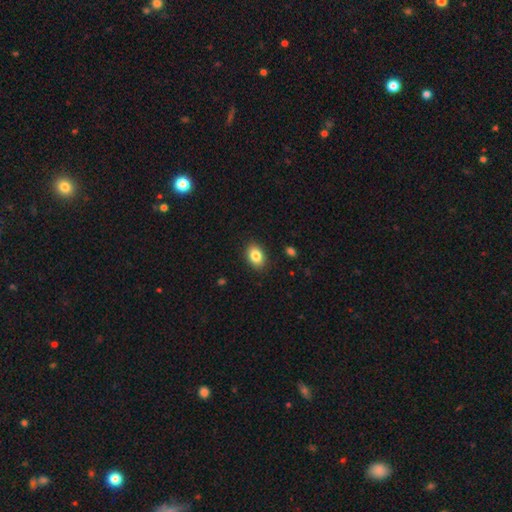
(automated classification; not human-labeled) Smooth or featured? Predicted: smooth (p=0.85). How rounded? Predicted: in between (p=0.80). Merging? Predicted: none (p=0.89).